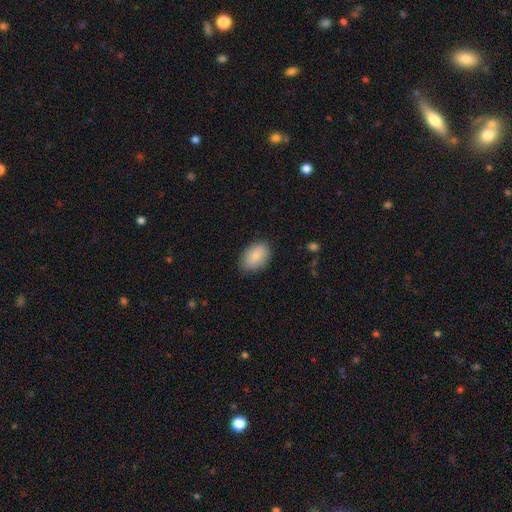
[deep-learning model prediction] Smooth or featured? smooth (82%)
How rounded? in between (86%)
Merging? none (82%)